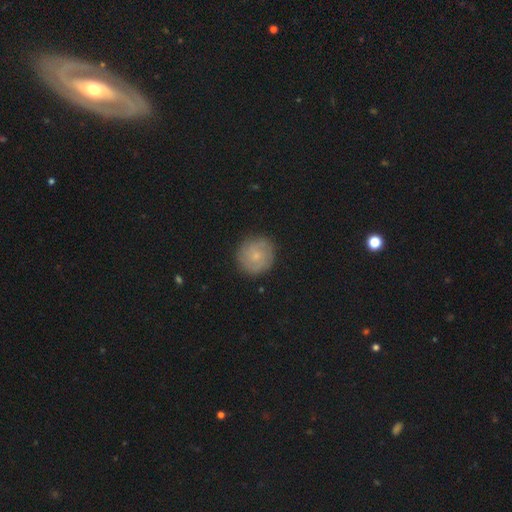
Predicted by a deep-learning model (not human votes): A smooth galaxy with no disk features (50%) that is round (91%). Merging: none (86%).